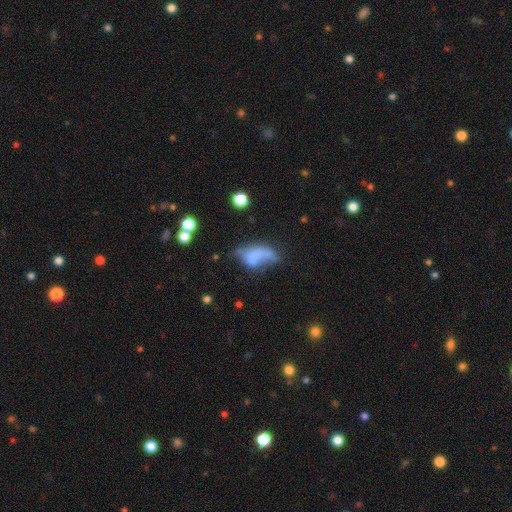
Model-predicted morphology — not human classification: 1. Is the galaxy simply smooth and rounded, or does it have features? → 49% smooth, 37% featured or disk, 14% star or artifact.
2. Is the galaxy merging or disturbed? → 35% major disturbance, 22% minor disturbance, 22% none, 21% merger.